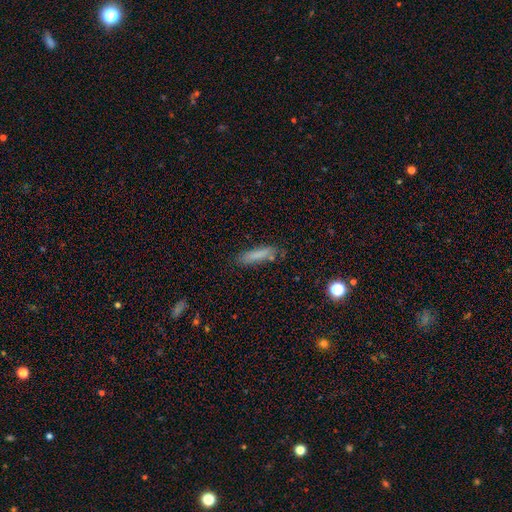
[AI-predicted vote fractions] Morphology: type=smooth (80%); roundness=cigar-shaped (78%); merging=none (77%).